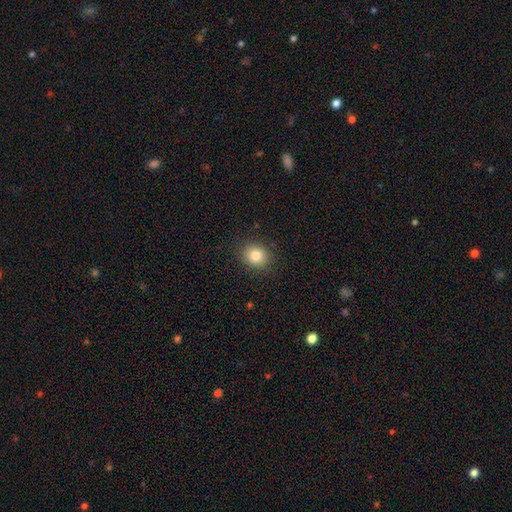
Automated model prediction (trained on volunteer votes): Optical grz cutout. It shows a smooth galaxy with no disk features (83%) that is round (70%). Merging: none (88%).